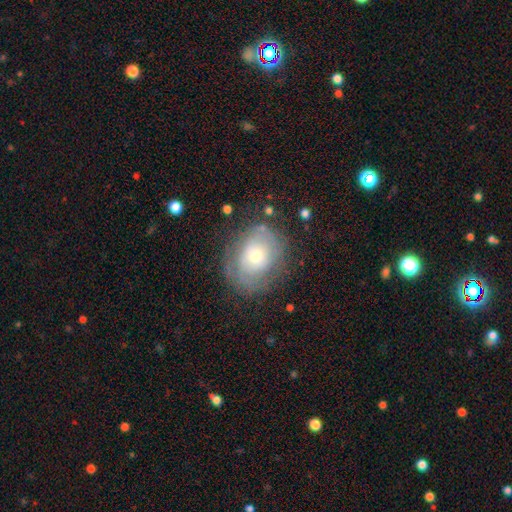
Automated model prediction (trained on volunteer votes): Morphology: type=featured or disk (48%); merging=none (68%).